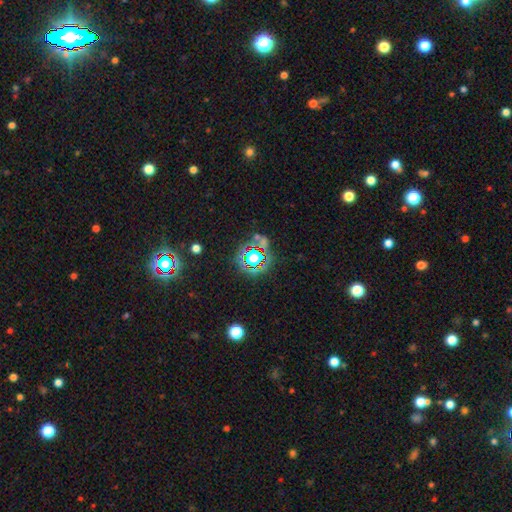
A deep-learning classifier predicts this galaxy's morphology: This appears to be a star or artifact, not a galaxy (77%).